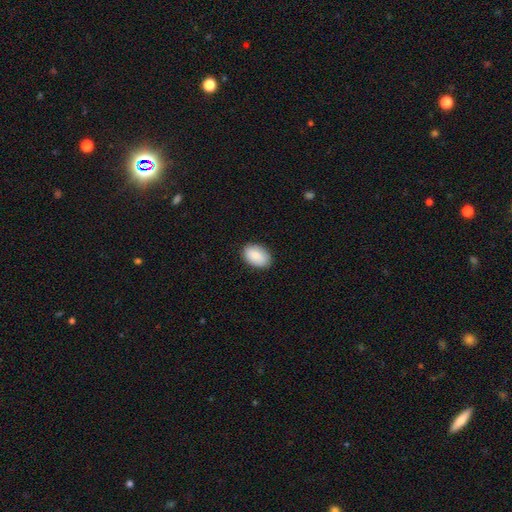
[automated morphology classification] smooth-or-featured: smooth: 88% | star or artifact: 6% | featured or disk: 5%
  how-rounded: in between: 88% | round: 11% | cigar-shaped: 1%
  merging: none: 87% | minor disturbance: 10% | major disturbance: 2% | merger: 1%